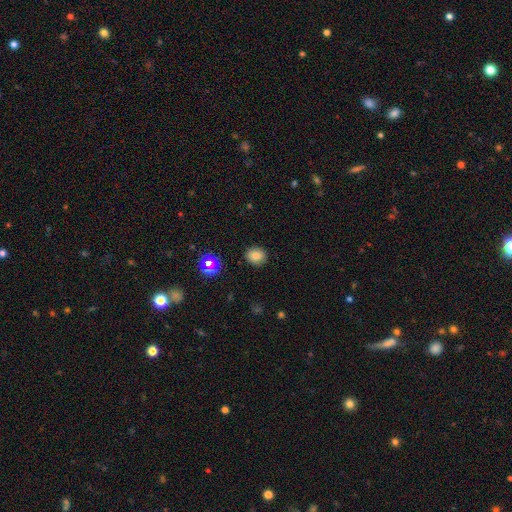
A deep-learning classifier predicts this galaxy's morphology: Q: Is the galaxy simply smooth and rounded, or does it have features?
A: smooth — 78%.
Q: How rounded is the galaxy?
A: round — 77%.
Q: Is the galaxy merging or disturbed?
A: none — 89%.